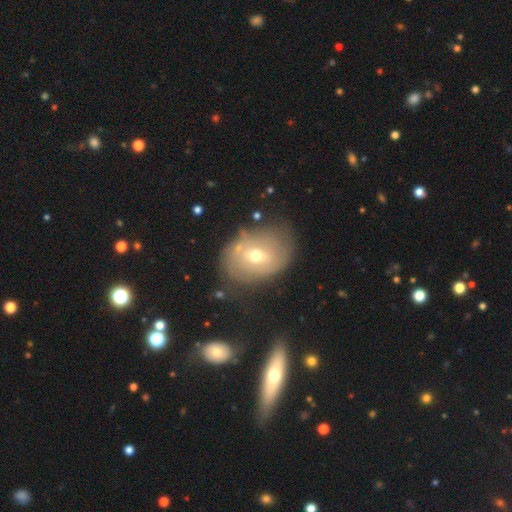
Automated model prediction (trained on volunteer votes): The model was most divided on "smooth or featured": featured or disk: 47%, smooth: 43%, star or artifact: 9%. More confident: merging — none (64%).